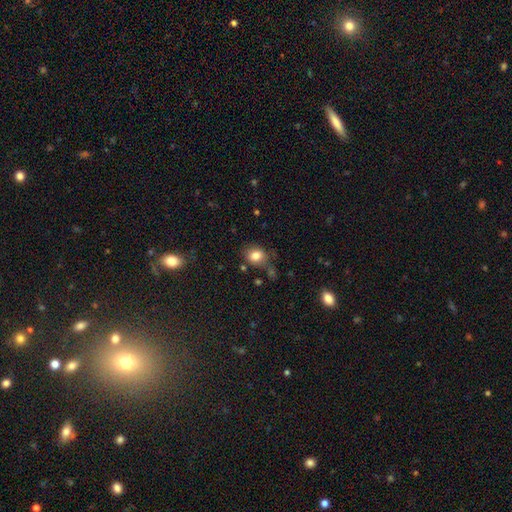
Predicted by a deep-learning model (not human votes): smooth-or-featured: smooth: 83% | star or artifact: 11% | featured or disk: 7%
  how-rounded: round: 58% | in between: 41% | cigar-shaped: 1%
  merging: none: 70% | minor disturbance: 18% | merger: 7% | major disturbance: 6%